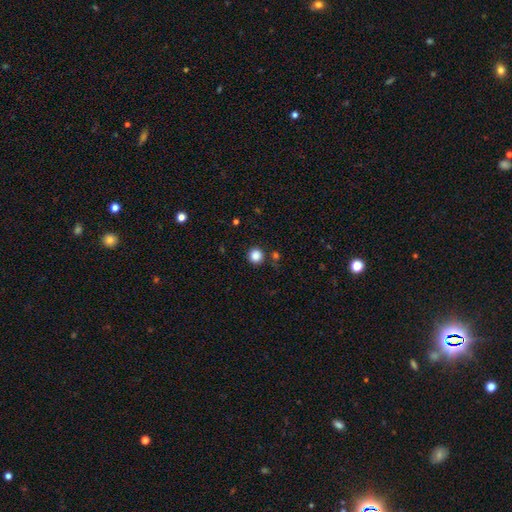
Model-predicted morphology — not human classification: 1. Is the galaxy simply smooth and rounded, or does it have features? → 86% smooth, 11% star or artifact, 3% featured or disk.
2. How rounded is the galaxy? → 95% round, 4% in between, 1% cigar-shaped.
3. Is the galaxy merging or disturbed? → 87% none, 6% minor disturbance, 4% merger, 2% major disturbance.